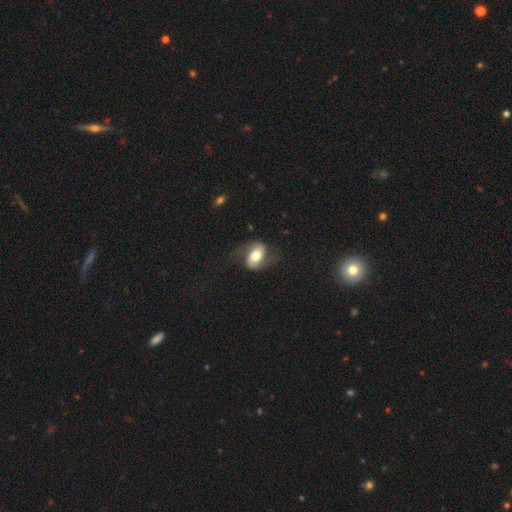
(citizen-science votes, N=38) Q: Smooth or featured?
A: featured or disk (53%); runner-up: smooth (42%)
Q: Edge-on disk?
A: no (100%)
Q: Bar?
A: strong (40%); tied with: no (40%)
Q: Spiral arms?
A: yes (90%); runner-up: no (10%)
Q: Spiral winding?
A: loose (67%); runner-up: medium (33%)
Q: Spiral arm count?
A: 2 (100%)
Q: Bulge size?
A: large (50%); tied with: moderate (50%)
Q: Merging?
A: none (53%); runner-up: major disturbance (25%)